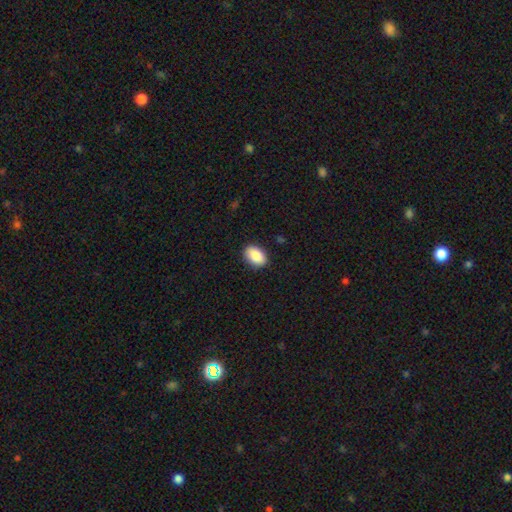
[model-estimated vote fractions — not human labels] This appears to be a smooth galaxy with no disk features (87%) that is in between round and cigar-shaped (88%). Merging: none (88%).